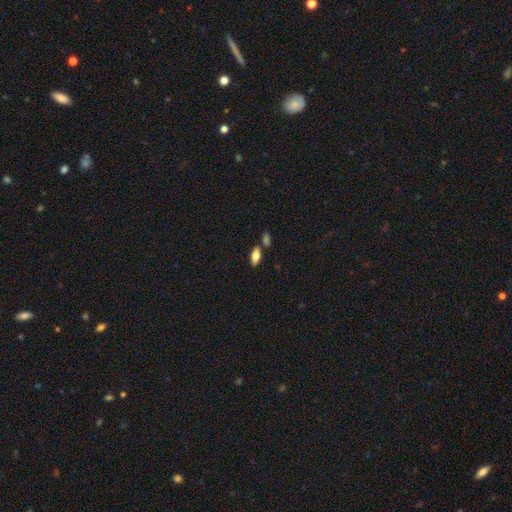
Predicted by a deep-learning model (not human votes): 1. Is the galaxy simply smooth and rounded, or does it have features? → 72% smooth, 21% featured or disk, 7% star or artifact.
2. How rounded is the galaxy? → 85% in between, 12% cigar-shaped, 3% round.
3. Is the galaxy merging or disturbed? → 74% none, 13% merger, 11% minor disturbance, 3% major disturbance.